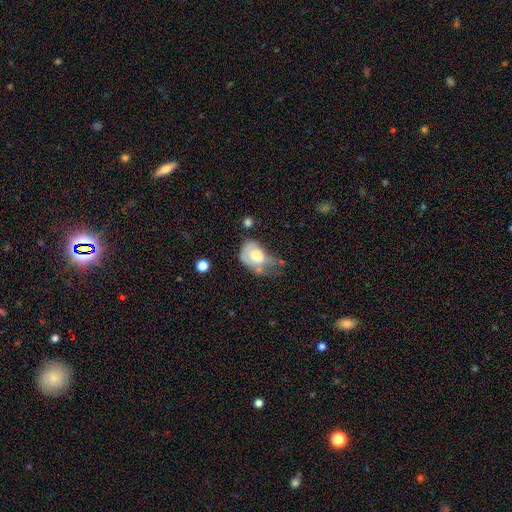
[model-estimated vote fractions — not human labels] smooth-or-featured: smooth: 53% | featured or disk: 40% | star or artifact: 7%
  how-rounded: in between: 70% | round: 28% | cigar-shaped: 1%
  merging: major disturbance: 45% | minor disturbance: 28% | none: 15% | merger: 13%